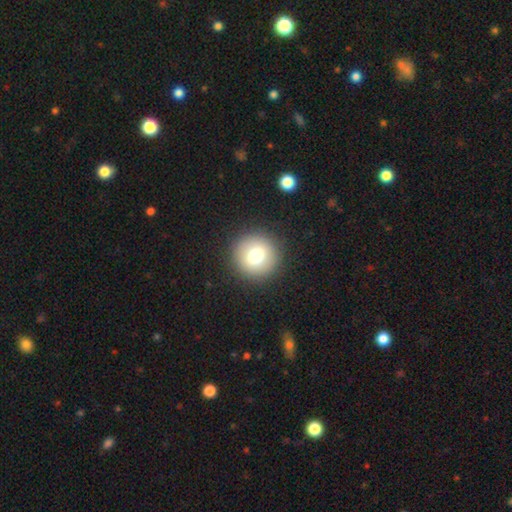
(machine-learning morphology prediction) This is likely a smooth galaxy (73%). How rounded: clearly round (94%). Merging: clearly none (91%).